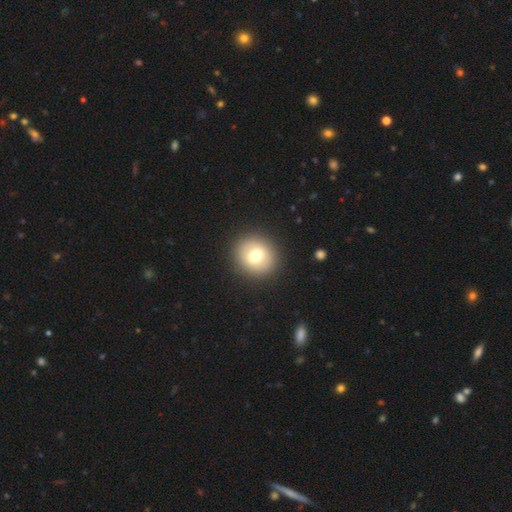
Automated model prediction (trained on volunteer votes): A smooth galaxy with no disk features (72%) that is round (84%). Merging: none (90%).